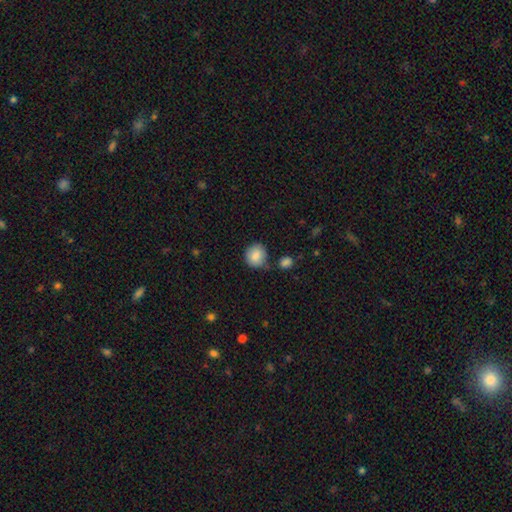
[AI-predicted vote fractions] Q: Smooth or featured?
A: smooth (87%); runner-up: star or artifact (8%)
Q: How rounded?
A: round (84%); runner-up: in between (15%)
Q: Merging?
A: none (69%); runner-up: minor disturbance (17%)